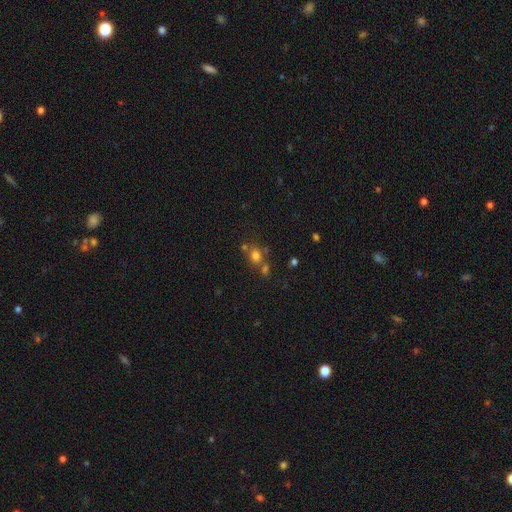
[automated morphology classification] Smooth or featured: smooth — 70% (star or artifact — 19%)
How rounded: round — 71% (in between — 27%)
Merging: none — 57% (merger — 27%)